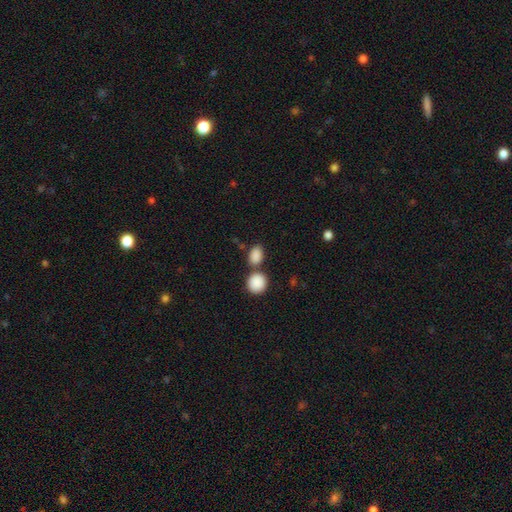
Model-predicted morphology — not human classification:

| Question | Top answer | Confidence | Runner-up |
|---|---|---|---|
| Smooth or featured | smooth | 87% | star or artifact (8%) |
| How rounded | in between | 76% | round (22%) |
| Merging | none | 53% | merger (32%) |